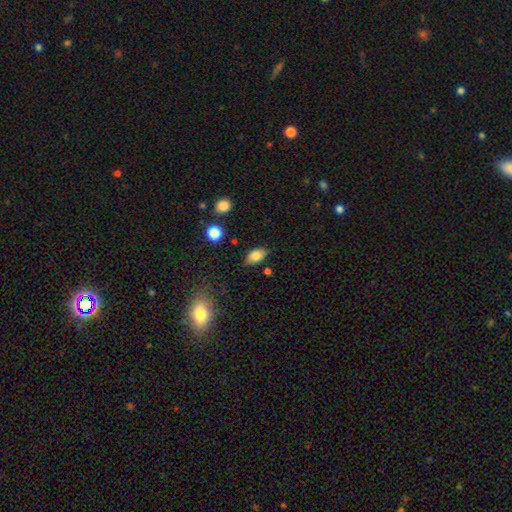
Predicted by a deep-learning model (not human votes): Q: Smooth or featured?
A: smooth (82%); runner-up: featured or disk (10%)
Q: How rounded?
A: in between (90%); runner-up: round (7%)
Q: Merging?
A: none (79%); runner-up: minor disturbance (15%)